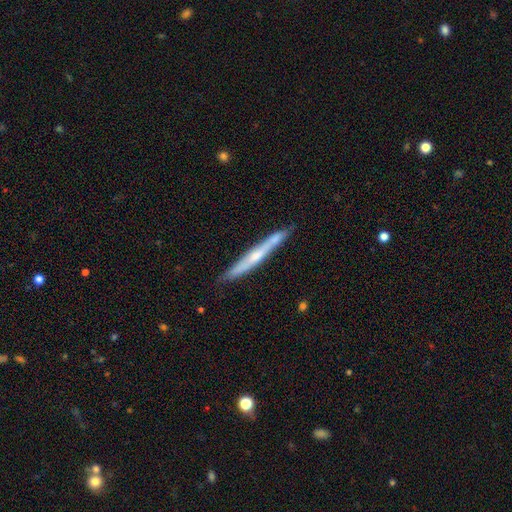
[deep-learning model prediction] A featured or disk galaxy (60%) viewed edge-on (95%) with a rounded central bulge (53%).

Vote fractions:
- Smooth or featured? featured or disk: 60% / smooth: 35% / star or artifact: 6%
- Edge-on disk? yes: 95% / no: 5%
- Edge-on bulge? rounded: 53% / none: 40% / boxy: 7%
- Merging? none: 81% / minor disturbance: 13% / merger: 4% / major disturbance: 2%